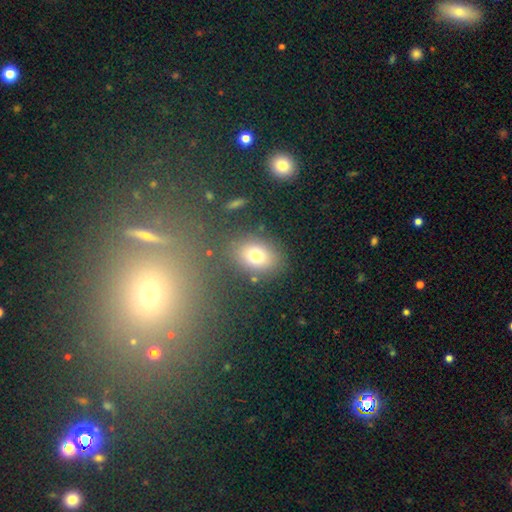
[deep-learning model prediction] Smooth or featured?
  - smooth: 74% *
  - star or artifact: 15%
  - featured or disk: 11%
How rounded?
  - in between: 62% *
  - round: 36%
  - cigar-shaped: 2%
Merging?
  - none: 79% *
  - minor disturbance: 11%
  - major disturbance: 5%
  - merger: 5%